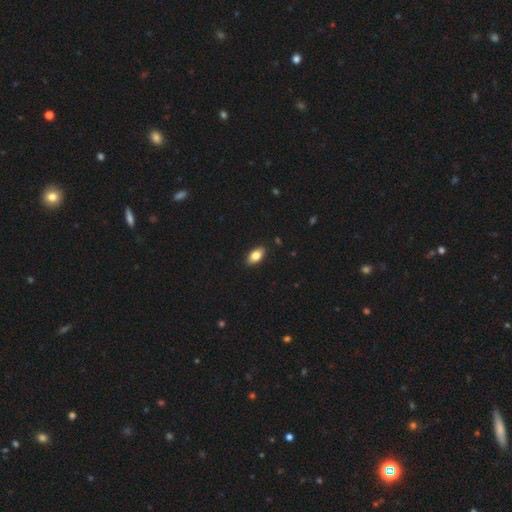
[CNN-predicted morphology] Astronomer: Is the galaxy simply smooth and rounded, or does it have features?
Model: smooth — 82%.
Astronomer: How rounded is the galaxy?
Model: in between — 92%.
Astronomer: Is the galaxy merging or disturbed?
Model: none — 89%.